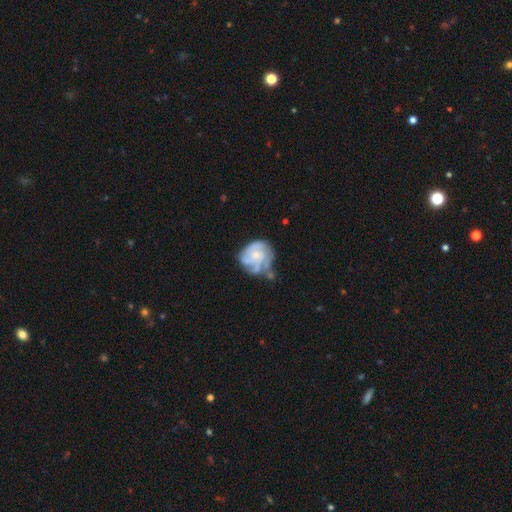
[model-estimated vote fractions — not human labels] The model was most divided on "spiral arm count": 3: 36%, can't tell: 26%, 4: 16%, 2: 12%, more than 4: 5%, 1: 5%. Remaining: edge-on disk — no (98%); spiral arms — yes (90%); smooth or featured — featured or disk (77%); bar — no (71%); spiral winding — tight (55%); bulge size — small (54%); merging — none (46%).